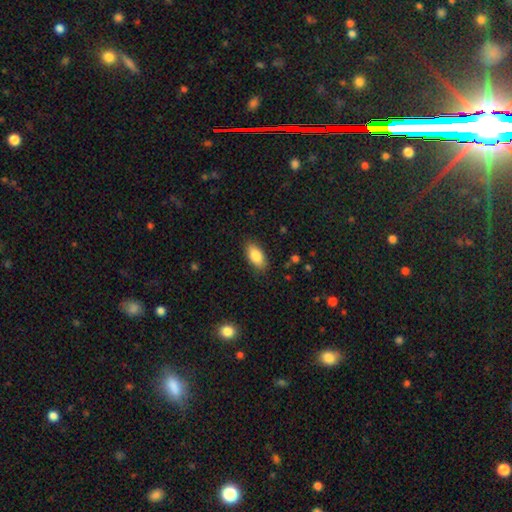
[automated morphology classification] Smooth or featured? Predicted: smooth (p=0.85). How rounded? Predicted: in between (p=0.91). Merging? Predicted: none (p=0.85).